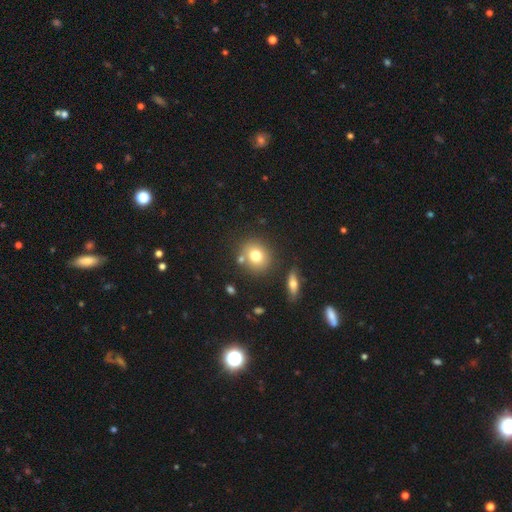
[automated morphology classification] Smooth or featured? smooth (75%)
How rounded? round (78%)
Merging? none (74%)